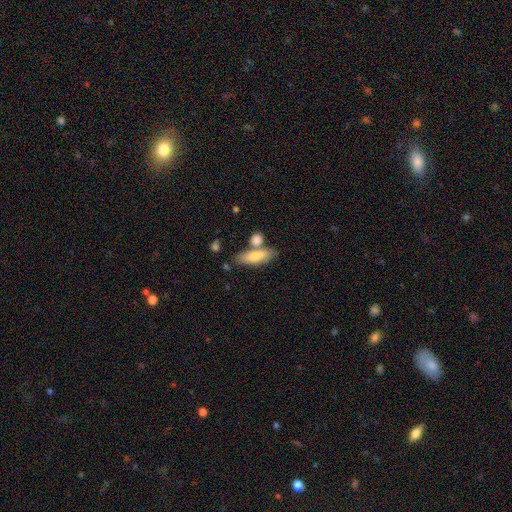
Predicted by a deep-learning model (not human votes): Smooth or featured? smooth (75%)
How rounded? in between (52%)
Merging? none (60%)